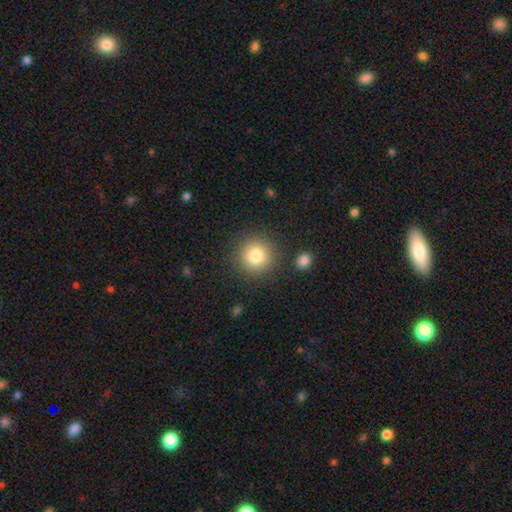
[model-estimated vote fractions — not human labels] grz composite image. It shows a smooth galaxy with no disk features (80%) that is round (94%). Merging: none (87%).